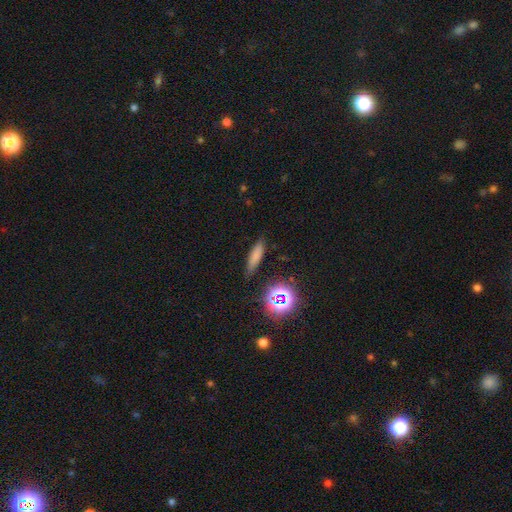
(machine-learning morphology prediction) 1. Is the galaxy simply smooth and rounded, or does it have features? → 72% smooth, 16% star or artifact, 12% featured or disk.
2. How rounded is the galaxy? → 68% cigar-shaped, 28% in between, 4% round.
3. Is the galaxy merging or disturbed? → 79% none, 15% minor disturbance, 4% major disturbance, 2% merger.